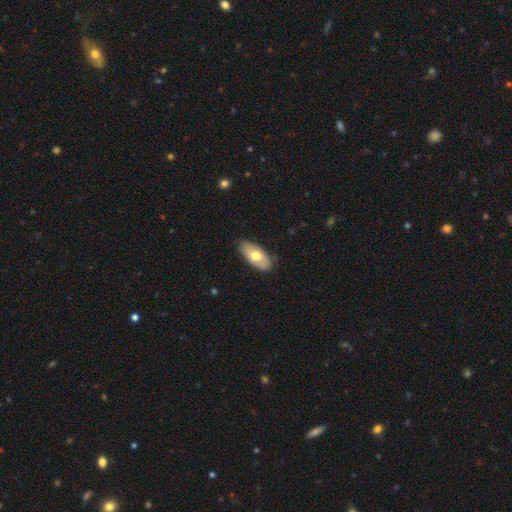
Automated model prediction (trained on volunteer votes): smooth_or_featured: smooth (p=0.65) [alt: featured or disk p=0.29]
how_rounded: in between (p=0.92) [alt: cigar-shaped p=0.05]
merging: none (p=0.79) [alt: minor disturbance p=0.17]